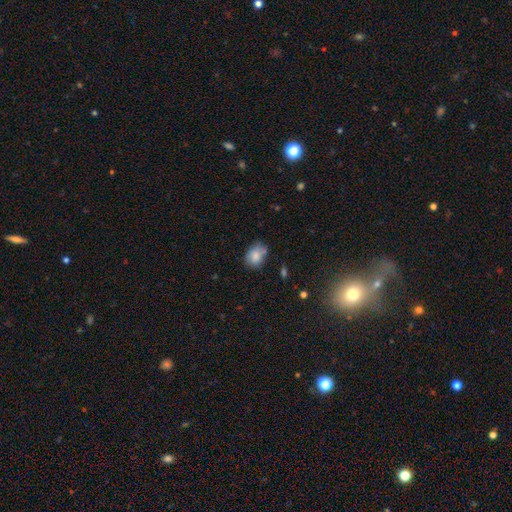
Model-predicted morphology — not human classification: A smooth galaxy with no disk features (82%) that is in between round and cigar-shaped (70%).

Vote fractions:
- Smooth or featured? smooth: 82% / featured or disk: 10% / star or artifact: 8%
- How rounded? in between: 70% / round: 29% / cigar-shaped: 1%
- Merging? none: 62% / minor disturbance: 25% / merger: 7% / major disturbance: 6%